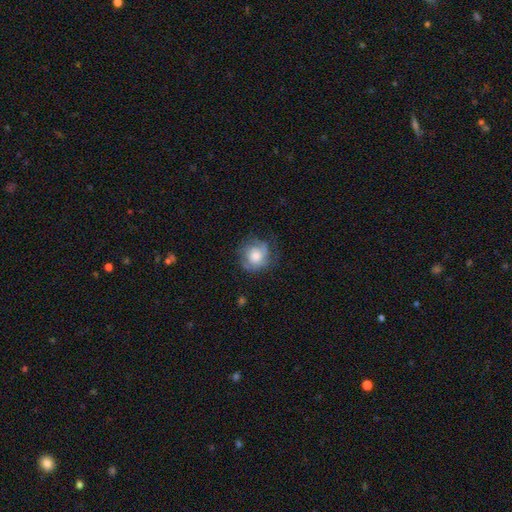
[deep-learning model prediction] A featured or disk galaxy (49%).

Vote fractions:
- Smooth or featured? featured or disk: 49% / smooth: 43% / star or artifact: 8%
- Merging? none: 65% / minor disturbance: 22% / major disturbance: 12% / merger: 1%